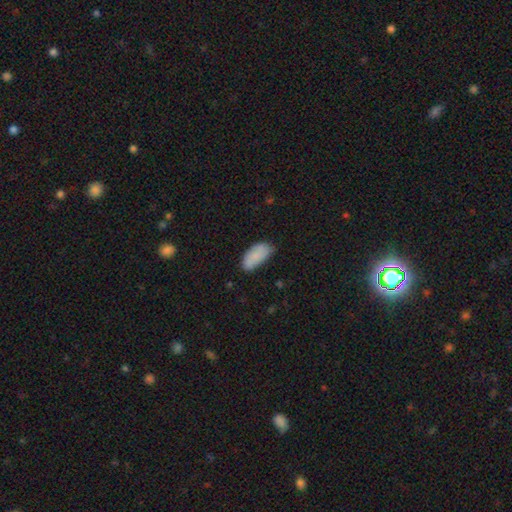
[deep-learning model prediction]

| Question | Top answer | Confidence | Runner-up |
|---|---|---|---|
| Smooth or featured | smooth | 83% | featured or disk (10%) |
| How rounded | in between | 92% | cigar-shaped (6%) |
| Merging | none | 65% | minor disturbance (28%) |